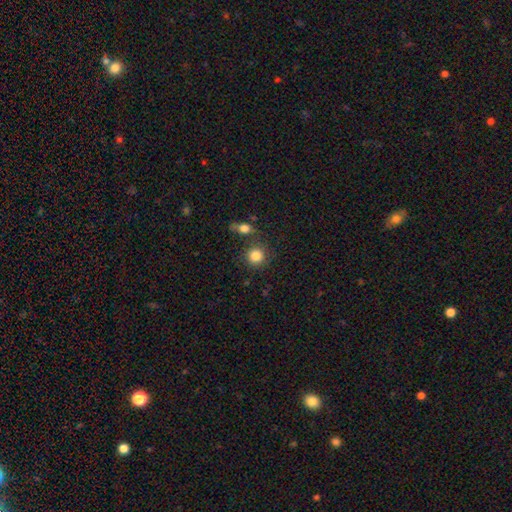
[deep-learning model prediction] smooth_or_featured: smooth (p=0.84) [alt: star or artifact p=0.10]
how_rounded: round (p=0.89) [alt: in between p=0.10]
merging: none (p=0.76) [alt: merger p=0.10]